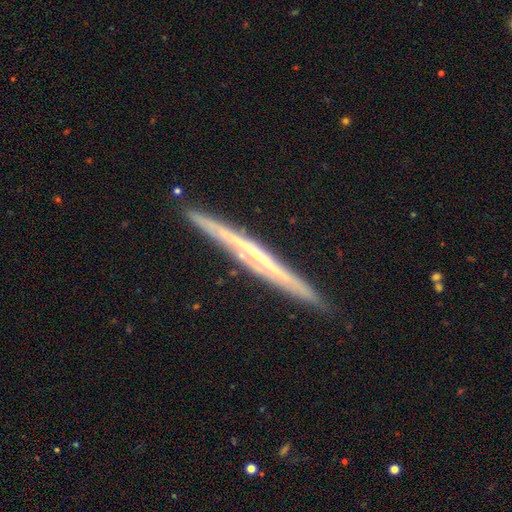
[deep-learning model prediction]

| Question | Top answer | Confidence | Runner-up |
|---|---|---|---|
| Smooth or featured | featured or disk | 79% | smooth (15%) |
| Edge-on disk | yes | 97% | no (3%) |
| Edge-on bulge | none | 55% | rounded (39%) |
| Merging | none | 90% | minor disturbance (8%) |